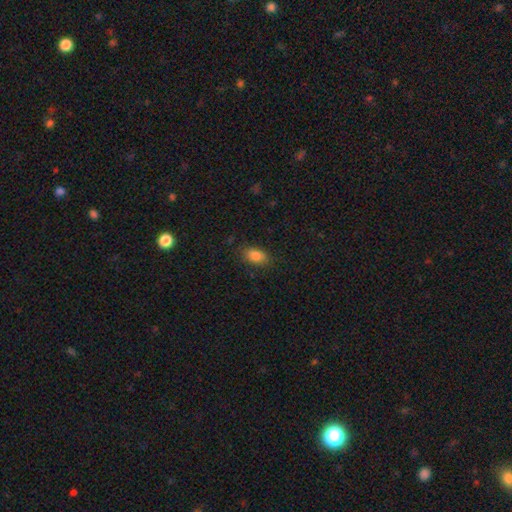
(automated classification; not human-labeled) smooth_or_featured: smooth (p=0.84) [alt: star or artifact p=0.09]
how_rounded: in between (p=0.87) [alt: round p=0.10]
merging: none (p=0.84) [alt: minor disturbance p=0.12]